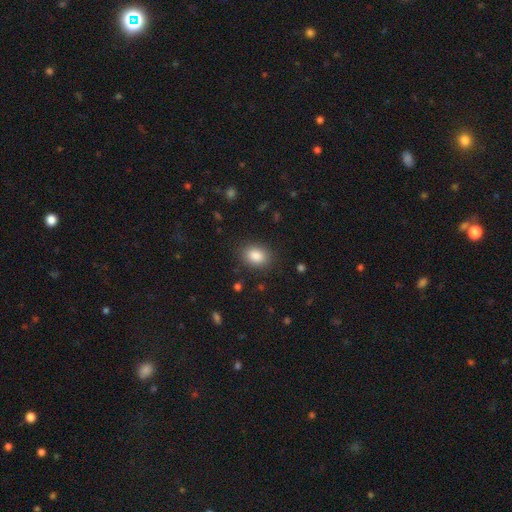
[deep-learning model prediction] smooth_or_featured: smooth (p=0.86) [alt: star or artifact p=0.09]
how_rounded: in between (p=0.70) [alt: round p=0.29]
merging: none (p=0.86) [alt: minor disturbance p=0.10]